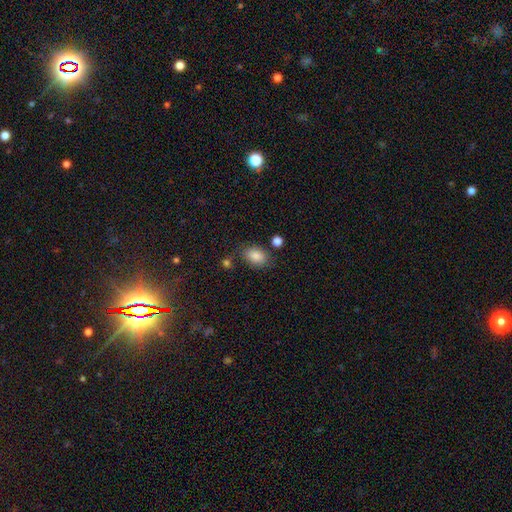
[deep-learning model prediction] smooth-or-featured: smooth: 86% | star or artifact: 9% | featured or disk: 6%
  how-rounded: in between: 82% | round: 17% | cigar-shaped: 1%
  merging: none: 74% | minor disturbance: 16% | merger: 6% | major disturbance: 5%